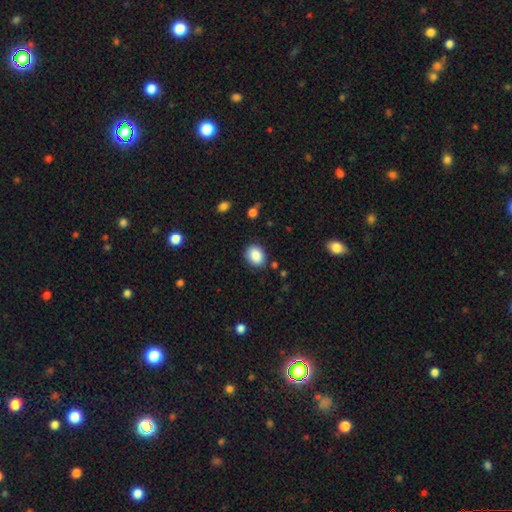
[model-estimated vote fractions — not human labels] smooth_or_featured: smooth (p=0.87) [alt: star or artifact p=0.08]
how_rounded: in between (p=0.54) [alt: round p=0.45]
merging: none (p=0.84) [alt: minor disturbance p=0.11]